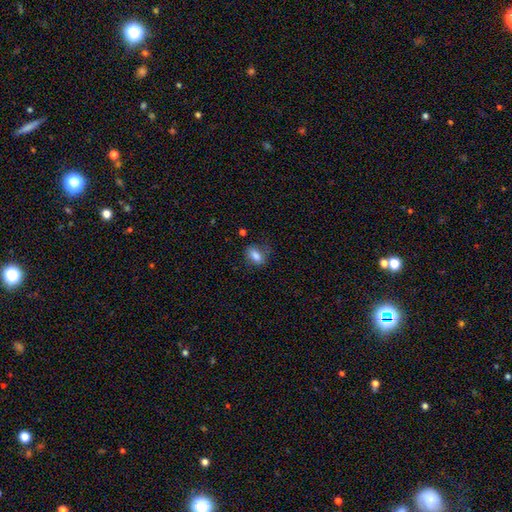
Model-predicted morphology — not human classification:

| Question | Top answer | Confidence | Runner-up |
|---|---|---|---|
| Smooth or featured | smooth | 81% | featured or disk (10%) |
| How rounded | in between | 81% | round (15%) |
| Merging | none | 66% | minor disturbance (24%) |